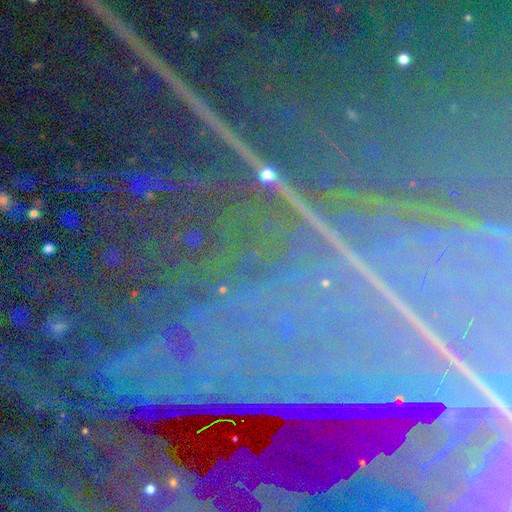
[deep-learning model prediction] smooth_or_featured: star or artifact (p=0.87) [alt: featured or disk p=0.07]